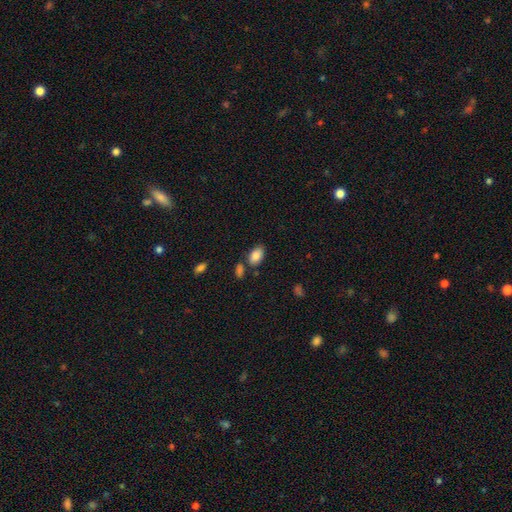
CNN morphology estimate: type=smooth (84%); roundness=in between (91%); merging=none (74%).